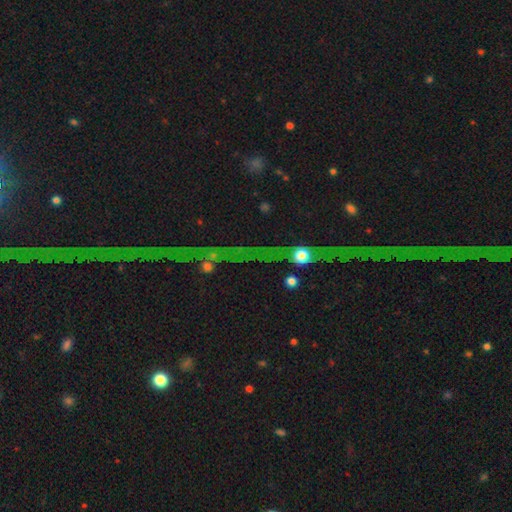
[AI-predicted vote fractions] Q: Smooth or featured?
A: star or artifact (56%); runner-up: featured or disk (25%)